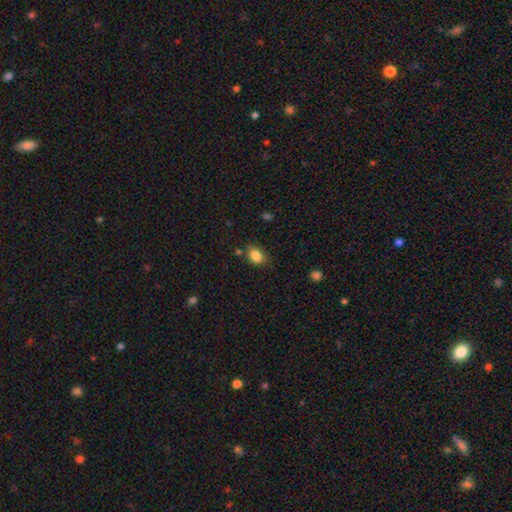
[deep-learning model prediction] This appears to be a smooth galaxy with no disk features (85%) that is in between round and cigar-shaped (73%). Merging: none (75%).